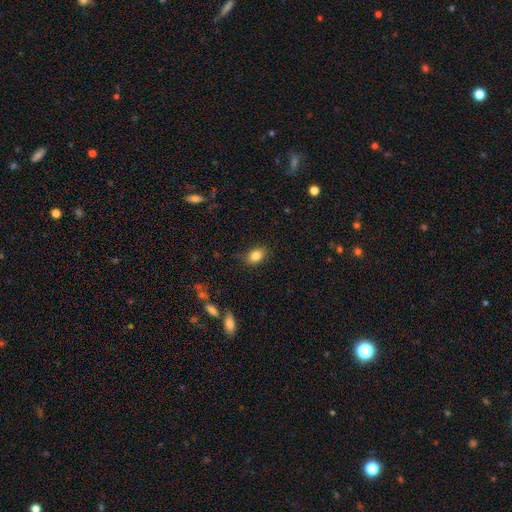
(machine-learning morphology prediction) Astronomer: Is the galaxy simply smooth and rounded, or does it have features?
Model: smooth — 84%.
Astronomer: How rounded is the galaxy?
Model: in between — 75%.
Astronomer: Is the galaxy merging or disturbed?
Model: none — 81%.